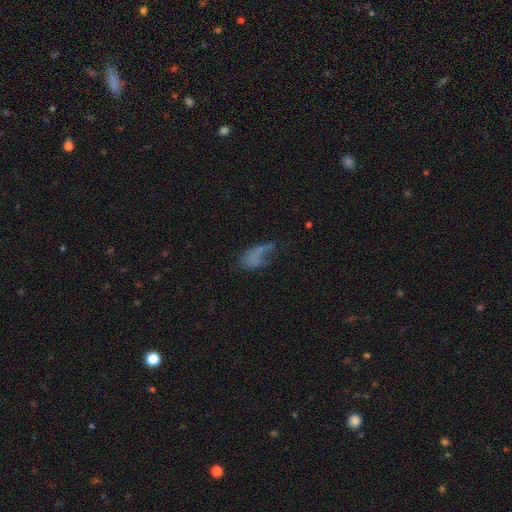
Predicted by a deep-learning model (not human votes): Overall: smooth (50%; featured or disk 34%). Merging: major disturbance (39%; none 31%).